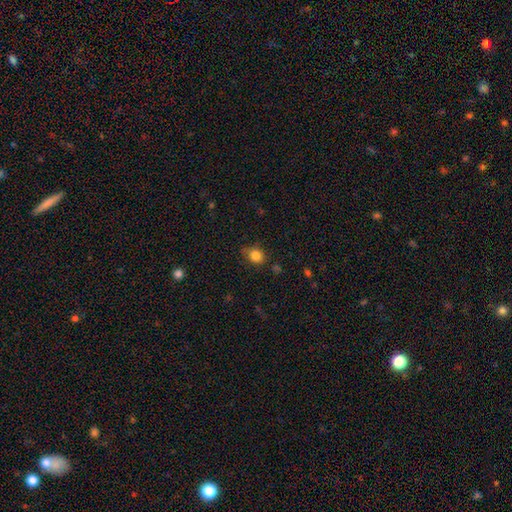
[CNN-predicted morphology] Smooth or featured? Predicted: smooth (p=0.84). How rounded? Predicted: round (p=0.66). Merging? Predicted: none (p=0.75).